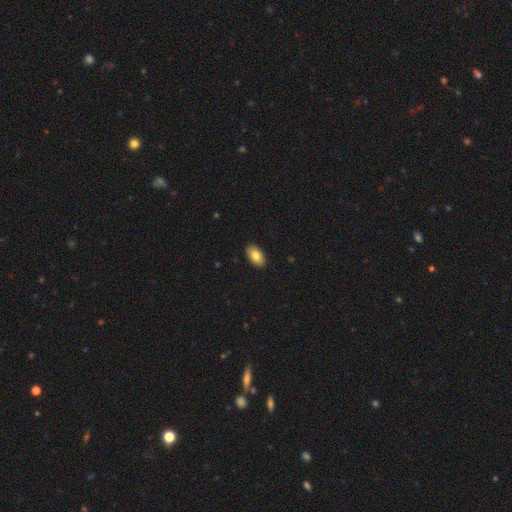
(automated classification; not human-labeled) Smooth or featured?
  - smooth: 83% *
  - featured or disk: 10%
  - star or artifact: 7%
How rounded?
  - in between: 94% *
  - round: 4%
  - cigar-shaped: 2%
Merging?
  - none: 90% *
  - minor disturbance: 8%
  - major disturbance: 2%
  - merger: 1%